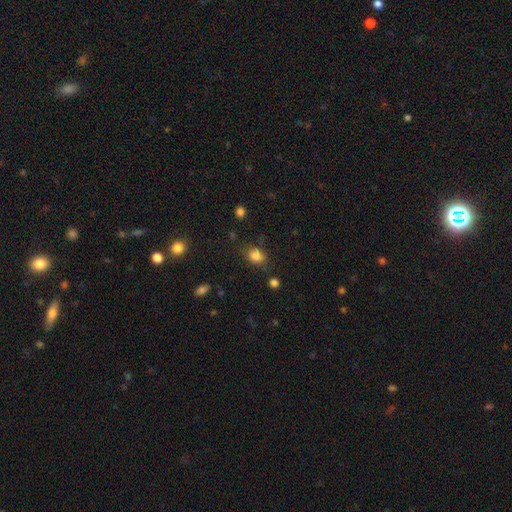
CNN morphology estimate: smooth 83%, star or artifact 12%, featured or disk 6%. Down the decision tree: how rounded — in between (55%); merging — none (71%).